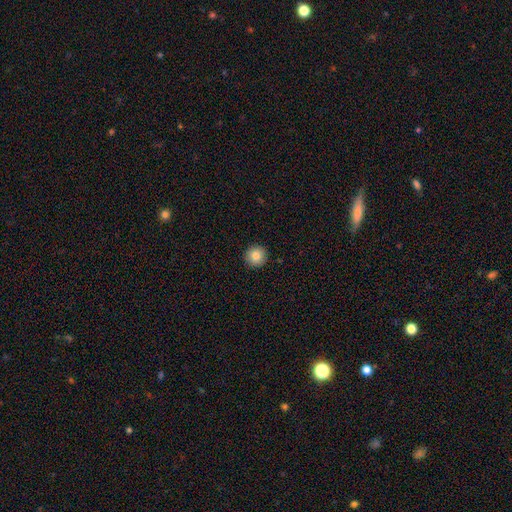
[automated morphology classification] Q: Smooth or featured?
A: smooth (84%); runner-up: star or artifact (9%)
Q: How rounded?
A: round (96%); runner-up: in between (3%)
Q: Merging?
A: none (93%); runner-up: minor disturbance (5%)